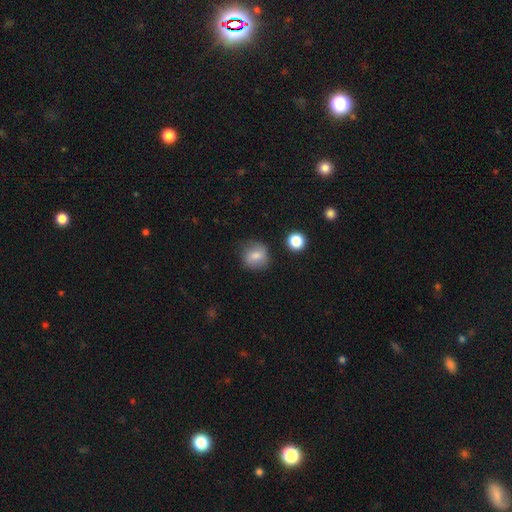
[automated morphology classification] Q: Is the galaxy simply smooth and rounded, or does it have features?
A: smooth — 74%.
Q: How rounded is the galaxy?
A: round — 81%.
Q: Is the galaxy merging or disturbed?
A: none — 75%.